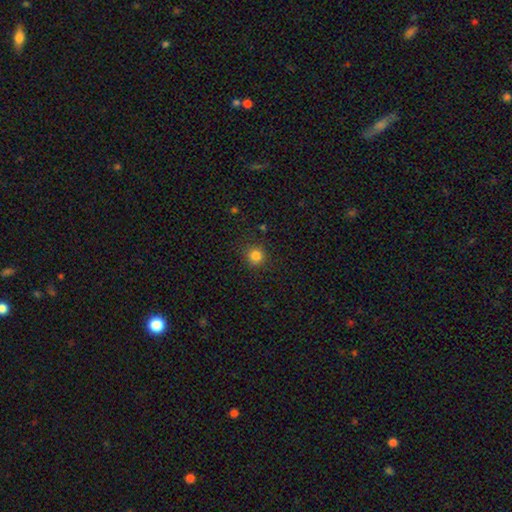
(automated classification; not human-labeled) smooth-or-featured: smooth: 83% | star or artifact: 13% | featured or disk: 4%
  how-rounded: round: 92% | in between: 7% | cigar-shaped: 1%
  merging: none: 87% | minor disturbance: 9% | major disturbance: 3% | merger: 2%